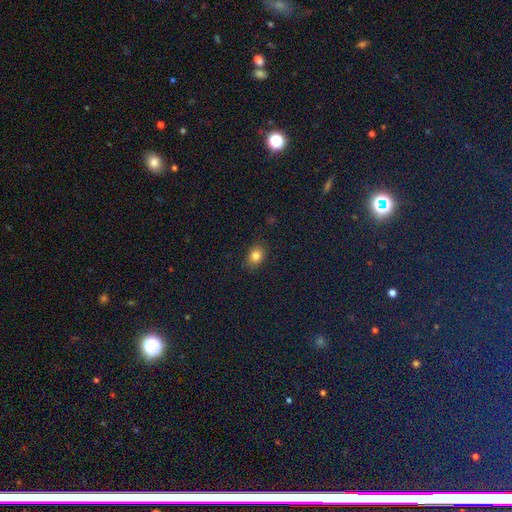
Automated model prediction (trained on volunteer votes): This is clearly a smooth galaxy (81%). How rounded: likely in between (60%). Merging: clearly none (85%).